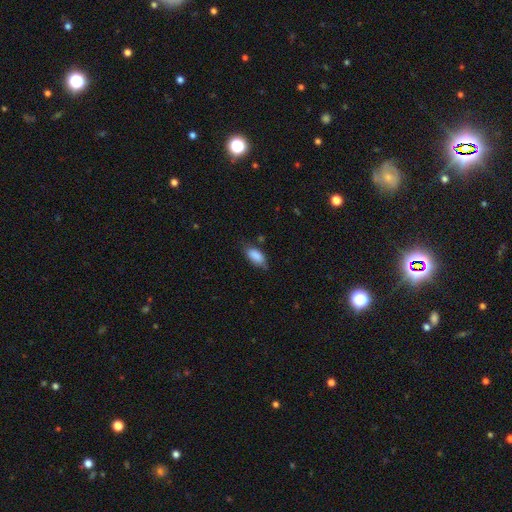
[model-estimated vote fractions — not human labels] This is clearly a smooth galaxy (86%). How rounded: clearly in between (90%). Merging: likely none (65%).